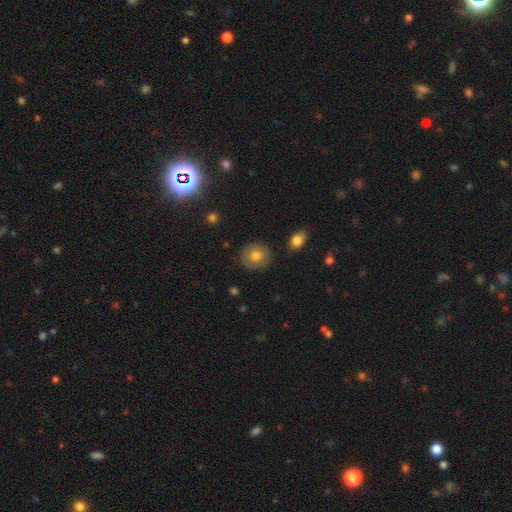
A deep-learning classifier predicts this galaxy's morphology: Overall: smooth (73%). How rounded: round (80%). Merging: none (86%).